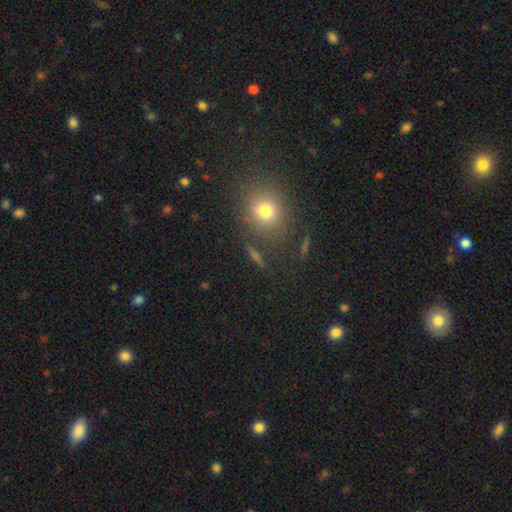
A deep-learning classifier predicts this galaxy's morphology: type=smooth (48%); merging=none (82%).